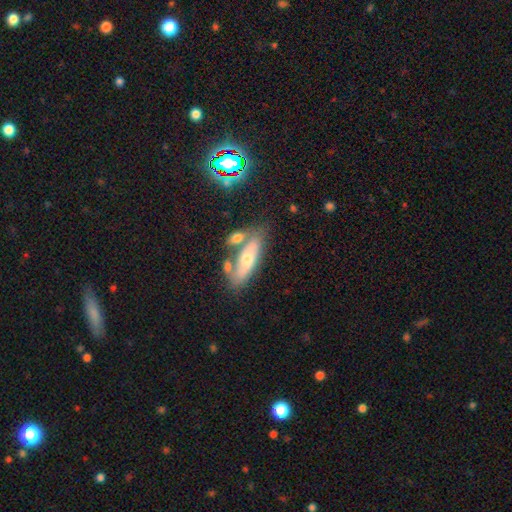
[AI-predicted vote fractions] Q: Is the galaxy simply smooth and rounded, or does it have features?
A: featured or disk — 43%.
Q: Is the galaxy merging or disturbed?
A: none — 60%.